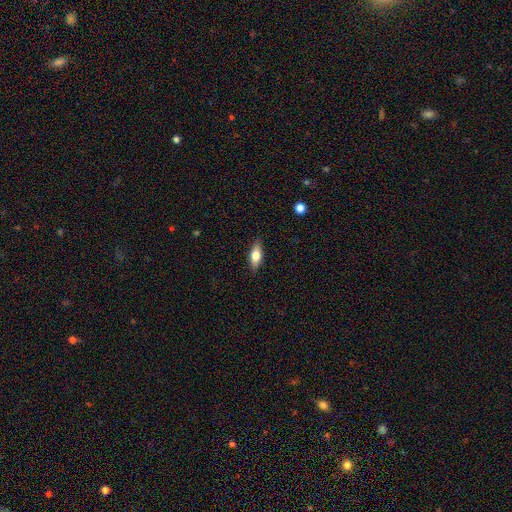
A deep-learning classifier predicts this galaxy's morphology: Q: Smooth or featured?
A: smooth (68%); runner-up: featured or disk (25%)
Q: How rounded?
A: in between (73%); runner-up: cigar-shaped (23%)
Q: Merging?
A: none (87%); runner-up: minor disturbance (10%)